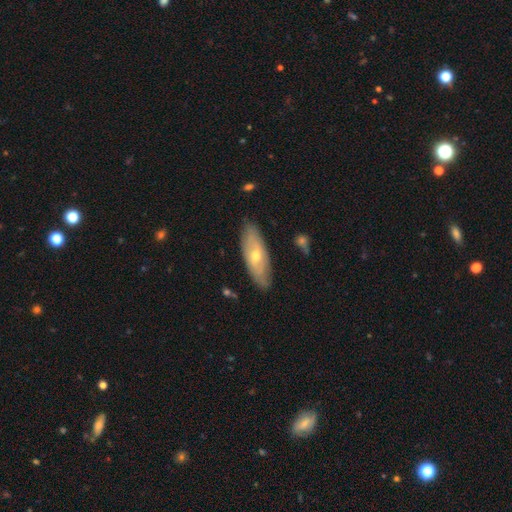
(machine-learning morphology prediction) The model was most divided on "smooth or featured": featured or disk: 52%, smooth: 41%, star or artifact: 7%. More confident: merging — none (84%); edge-on disk — no (68%).